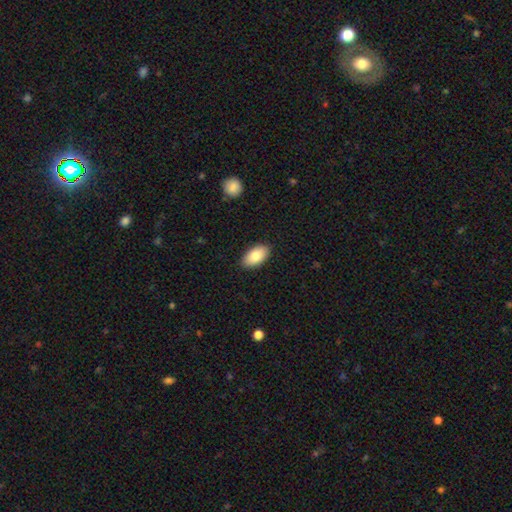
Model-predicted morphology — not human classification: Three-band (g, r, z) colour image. It shows a smooth galaxy with no disk features (85%) that is in between round and cigar-shaped (95%). Merging: none (88%).